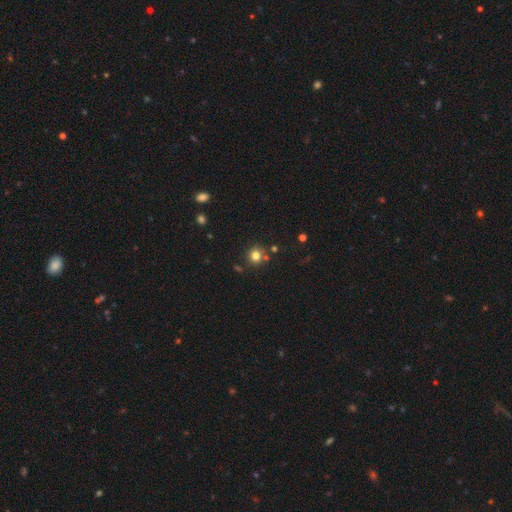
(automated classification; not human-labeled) Q: Smooth or featured?
A: smooth (78%); runner-up: star or artifact (15%)
Q: How rounded?
A: round (90%); runner-up: in between (9%)
Q: Merging?
A: none (77%); runner-up: merger (11%)